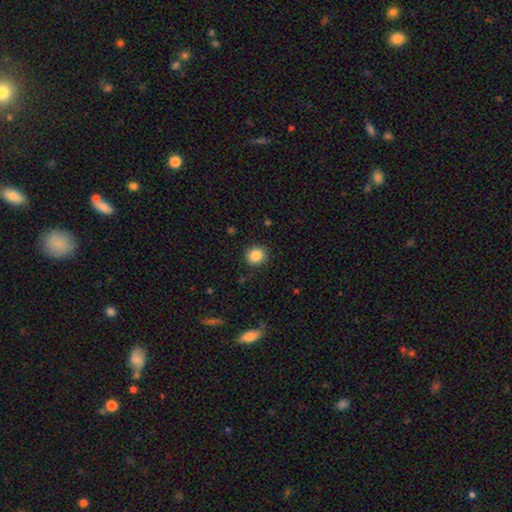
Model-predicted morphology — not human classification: smooth 85%, star or artifact 10%, featured or disk 5%. Down the decision tree: how rounded — round (84%); merging — none (88%).